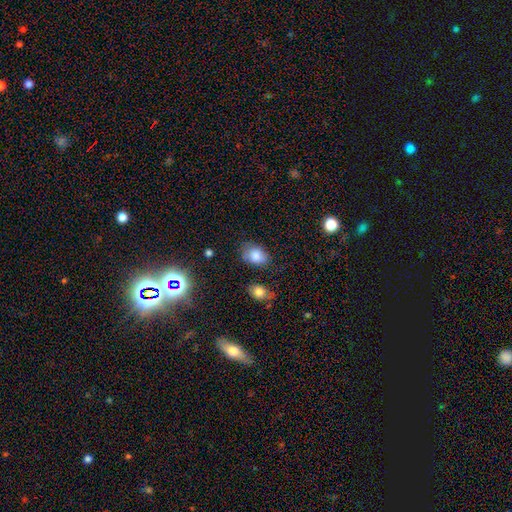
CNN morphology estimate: A smooth galaxy with no disk features (80%) that is in between round and cigar-shaped (78%). Merging: none (67%).